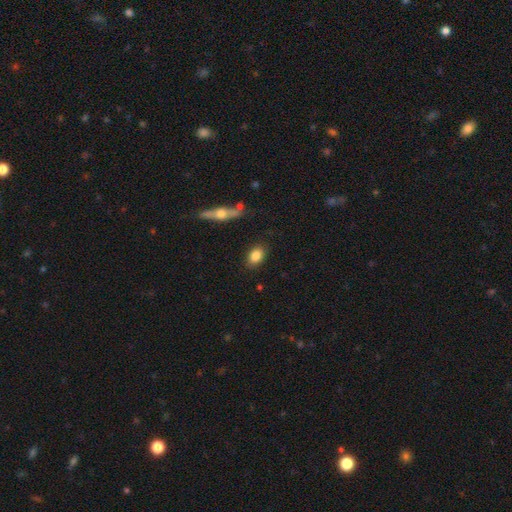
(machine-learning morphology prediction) A smooth galaxy with no disk features (84%) that is in between round and cigar-shaped (79%).

Vote fractions:
- Smooth or featured? smooth: 84% / featured or disk: 9% / star or artifact: 7%
- How rounded? in between: 79% / round: 18% / cigar-shaped: 3%
- Merging? none: 86% / minor disturbance: 9% / major disturbance: 2% / merger: 2%